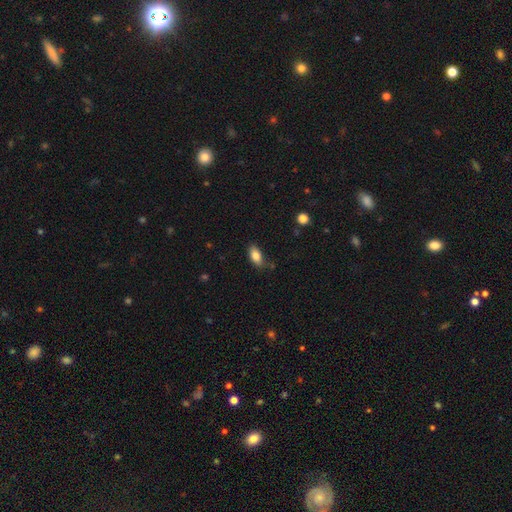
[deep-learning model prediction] Smooth or featured? smooth (84%)
How rounded? in between (88%)
Merging? none (76%)